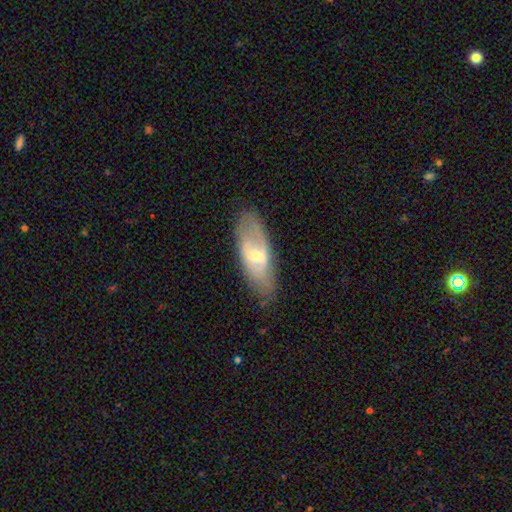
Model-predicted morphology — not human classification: A featured or disk galaxy (54%).

Vote fractions:
- Smooth or featured? featured or disk: 54% / smooth: 40% / star or artifact: 6%
- Edge-on disk? no: 81% / yes: 19%
- Merging? none: 77% / minor disturbance: 17% / major disturbance: 5% / merger: 1%